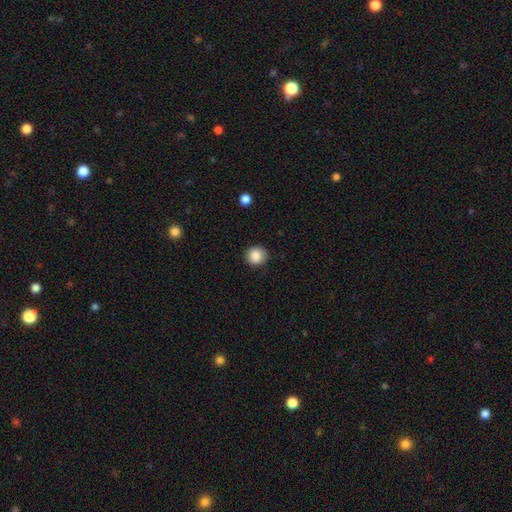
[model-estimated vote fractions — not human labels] The model was most divided on "smooth or featured": smooth: 87%, star or artifact: 9%, featured or disk: 4%. More confident: how rounded — round (90%); merging — none (89%).